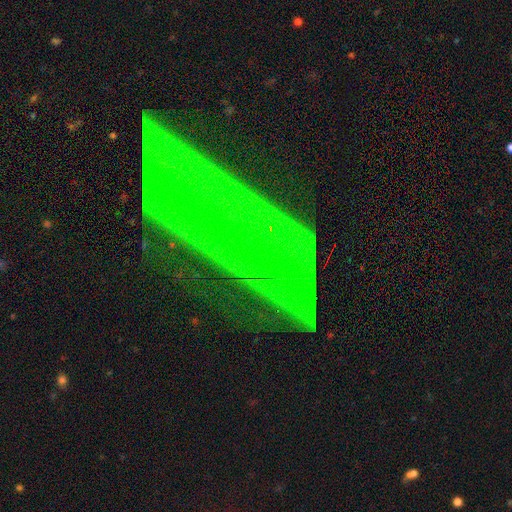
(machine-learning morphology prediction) This appears to be a star or artifact, not a galaxy (74%).